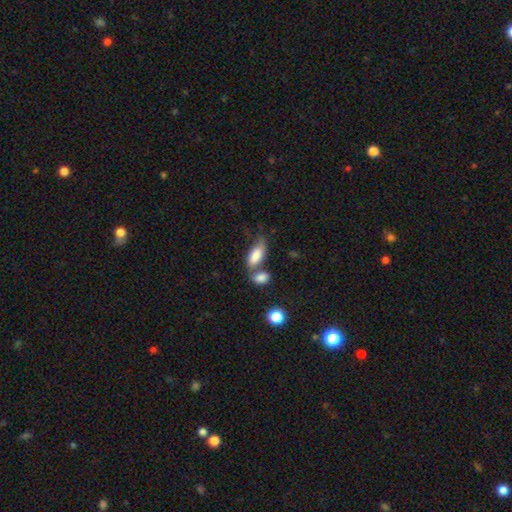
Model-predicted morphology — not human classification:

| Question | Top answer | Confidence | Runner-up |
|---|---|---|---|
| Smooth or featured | smooth | 81% | featured or disk (12%) |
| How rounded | in between | 85% | cigar-shaped (12%) |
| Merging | merger | 41% | none (35%) |